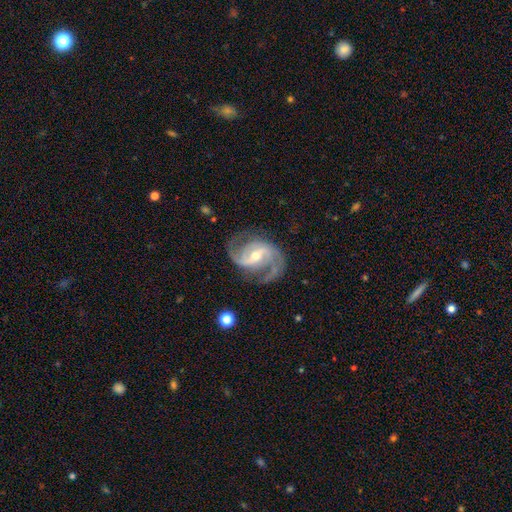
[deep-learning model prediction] smooth_or_featured: featured or disk (p=0.92) [alt: star or artifact p=0.04]
disk_edge_on: no (p=0.98) [alt: yes p=0.02]
bar: weak (p=0.44) [alt: strong p=0.39]
has_spiral_arms: yes (p=0.98) [alt: no p=0.02]
spiral_winding: medium (p=0.57) [alt: loose p=0.27]
spiral_arm_count: 2 (p=0.85) [alt: 3 p=0.07]
bulge_size: moderate (p=0.50) [alt: small p=0.46]
merging: none (p=0.75) [alt: minor disturbance p=0.15]